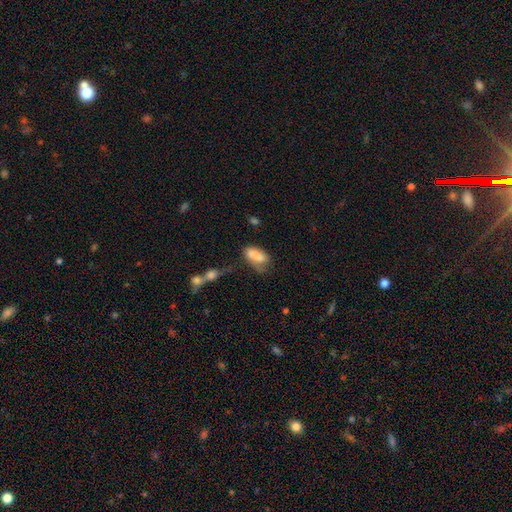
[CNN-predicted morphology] Smooth or featured?
  - smooth: 78% *
  - featured or disk: 13%
  - star or artifact: 9%
How rounded?
  - in between: 81% *
  - cigar-shaped: 16%
  - round: 3%
Merging?
  - none: 39% *
  - minor disturbance: 30%
  - major disturbance: 20%
  - merger: 11%